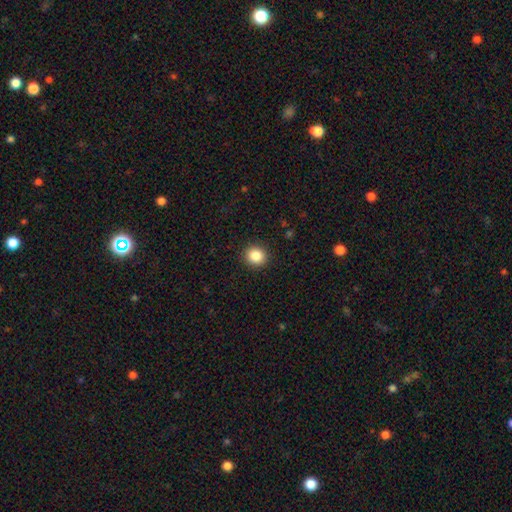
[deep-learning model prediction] smooth-or-featured: smooth: 86% | star or artifact: 10% | featured or disk: 4%
  how-rounded: round: 88% | in between: 12% | cigar-shaped: 1%
  merging: none: 91% | minor disturbance: 6% | major disturbance: 2% | merger: 1%